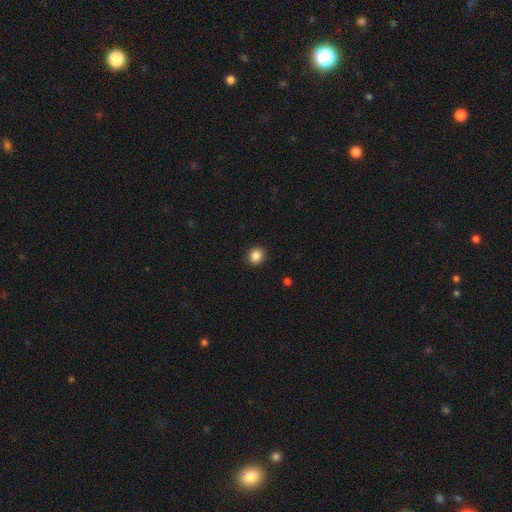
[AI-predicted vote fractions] smooth 86%, star or artifact 10%, featured or disk 3%. Down the decision tree: how rounded — round (84%); merging — none (92%).